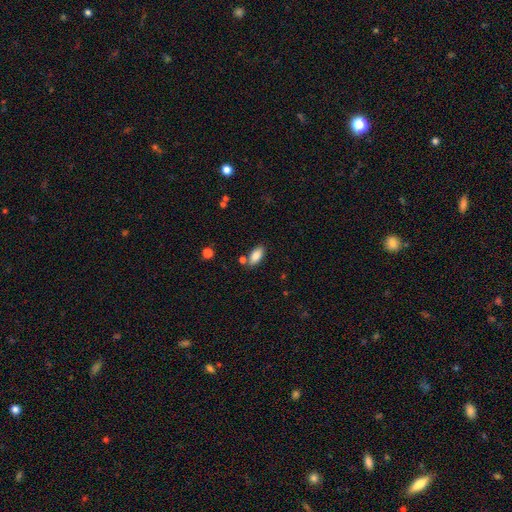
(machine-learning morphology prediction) smooth 84%, featured or disk 9%, star or artifact 7%. Down the decision tree: how rounded — in between (90%); merging — none (79%).